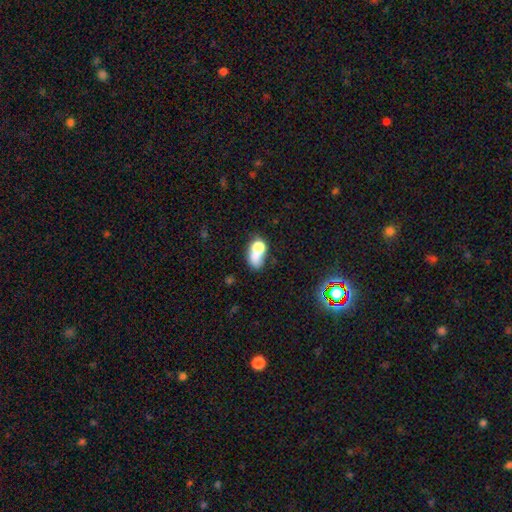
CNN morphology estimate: Overall: smooth (68%). How rounded: in between (73%). Merging: merger (49%; none 24%).